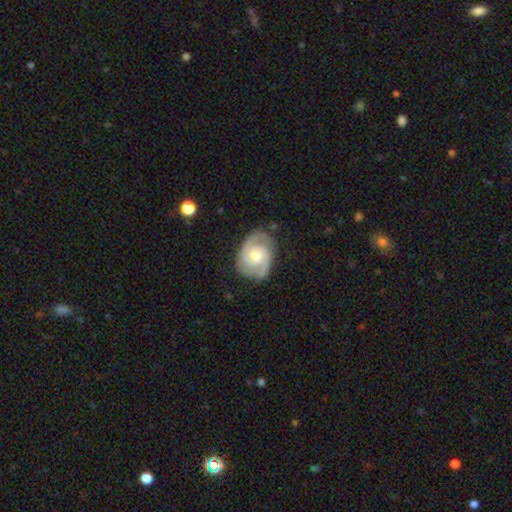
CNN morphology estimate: Smooth or featured? Predicted: featured or disk (p=0.85). Edge-on disk? Predicted: no (p=0.98). Bar? Predicted: no (p=0.67). Spiral arms? Predicted: yes (p=0.97). Spiral winding? Predicted: tight (p=0.54). Spiral arm count? Predicted: 2 (p=0.74). Bulge size? Predicted: moderate (p=0.66). Merging? Predicted: none (p=0.76).